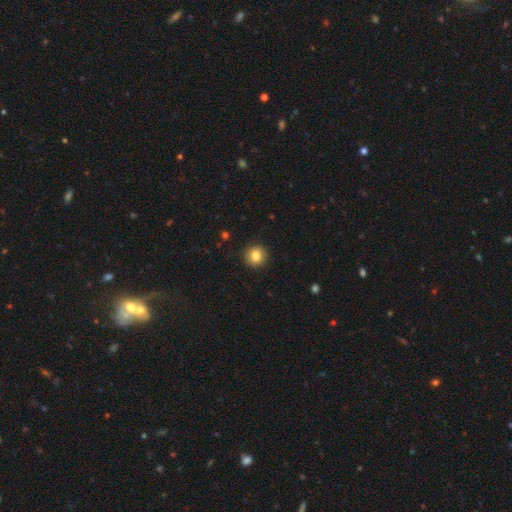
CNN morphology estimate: smooth 84%, star or artifact 10%, featured or disk 6%. Down the decision tree: how rounded — round (92%); merging — none (91%).